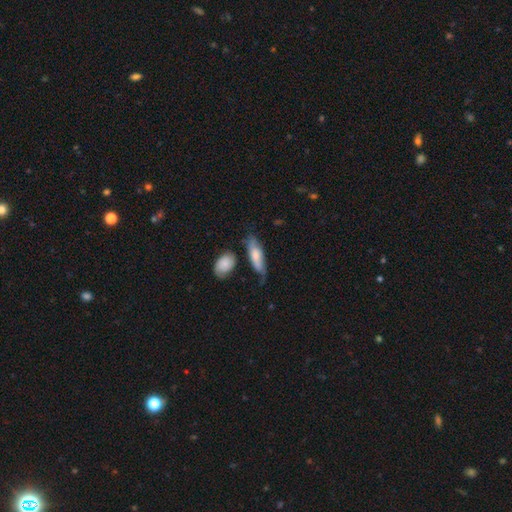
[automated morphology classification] A smooth galaxy with no disk features (62%) that is in between round and cigar-shaped (56%). Merging: none (51%).